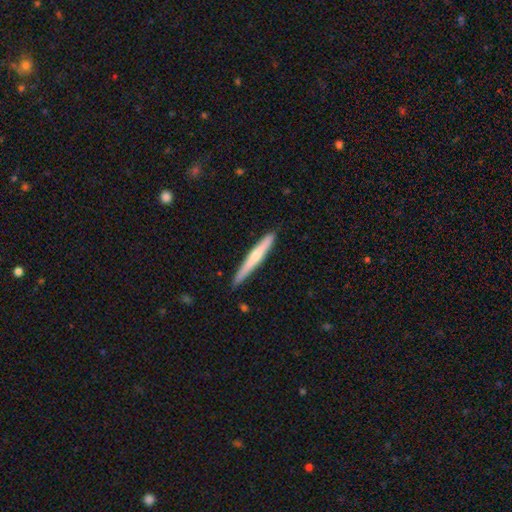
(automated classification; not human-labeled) Smooth or featured? smooth (48%)
Merging? none (87%)